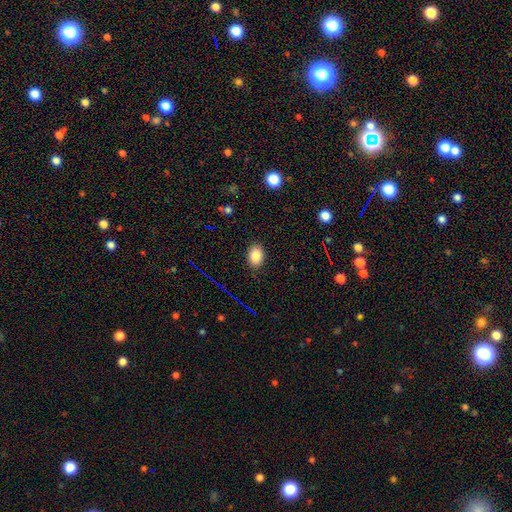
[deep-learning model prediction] smooth-or-featured: smooth: 84% | star or artifact: 10% | featured or disk: 7%
  how-rounded: in between: 80% | round: 19% | cigar-shaped: 1%
  merging: none: 87% | minor disturbance: 9% | major disturbance: 2% | merger: 1%